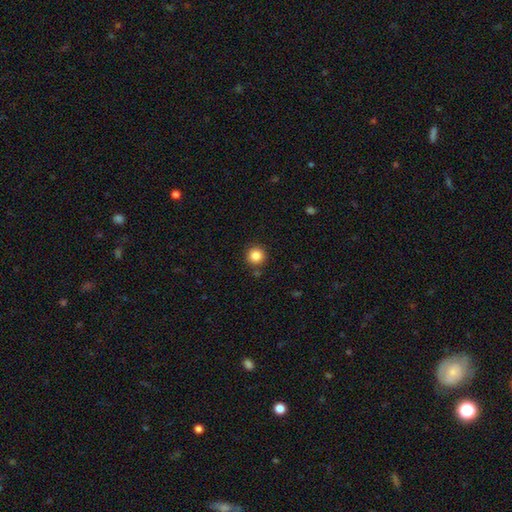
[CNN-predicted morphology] smooth-or-featured: smooth: 86% | star or artifact: 10% | featured or disk: 4%
  how-rounded: round: 95% | in between: 4% | cigar-shaped: 1%
  merging: none: 88% | minor disturbance: 7% | merger: 3% | major disturbance: 2%